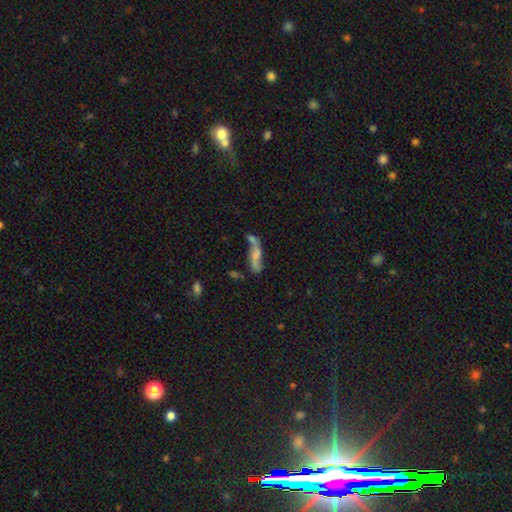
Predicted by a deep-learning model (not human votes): Q: Smooth or featured?
A: smooth (50%); runner-up: featured or disk (41%)
Q: Merging?
A: none (35%); runner-up: merger (33%)